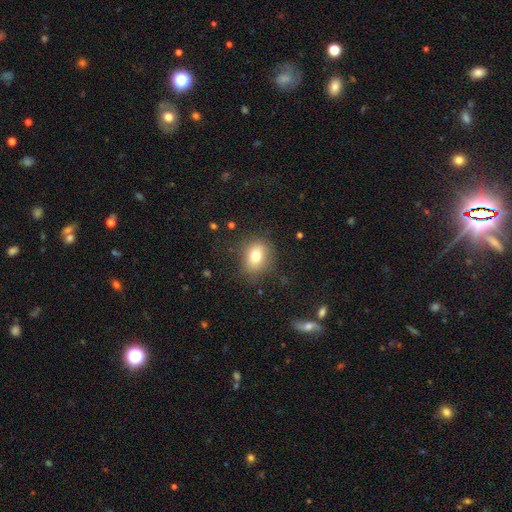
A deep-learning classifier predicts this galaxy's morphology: A smooth galaxy with no disk features (75%) that is round (53%). Merging: none (78%).